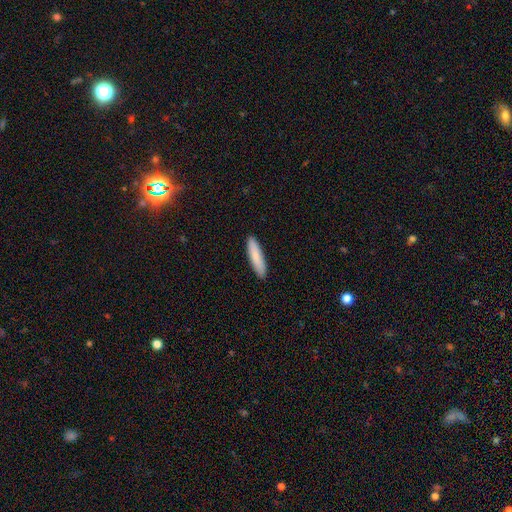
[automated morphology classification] Q: Smooth or featured?
A: smooth (86%); runner-up: featured or disk (8%)
Q: How rounded?
A: cigar-shaped (79%); runner-up: in between (19%)
Q: Merging?
A: none (91%); runner-up: minor disturbance (7%)